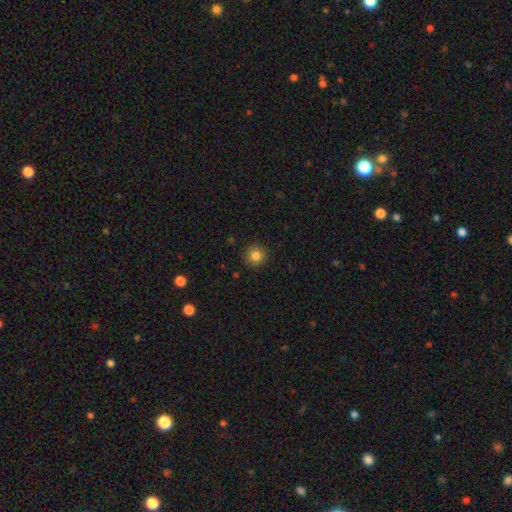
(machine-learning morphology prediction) Smooth or featured?
  - smooth: 84% *
  - star or artifact: 11%
  - featured or disk: 5%
How rounded?
  - round: 94% *
  - in between: 5%
  - cigar-shaped: 1%
Merging?
  - none: 91% *
  - minor disturbance: 6%
  - major disturbance: 2%
  - merger: 1%